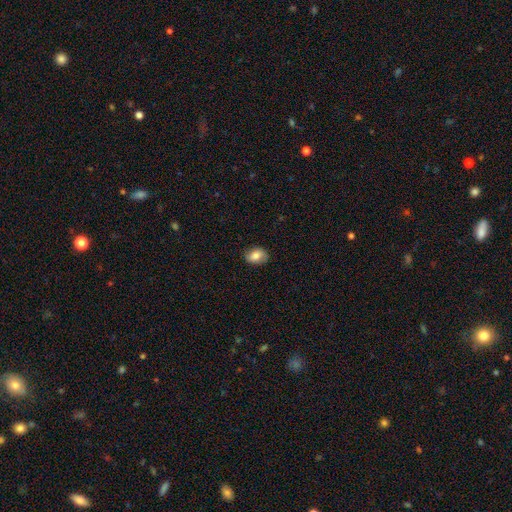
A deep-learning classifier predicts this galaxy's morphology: Smooth or featured? Predicted: smooth (p=0.79). How rounded? Predicted: in between (p=0.69). Merging? Predicted: none (p=0.82).